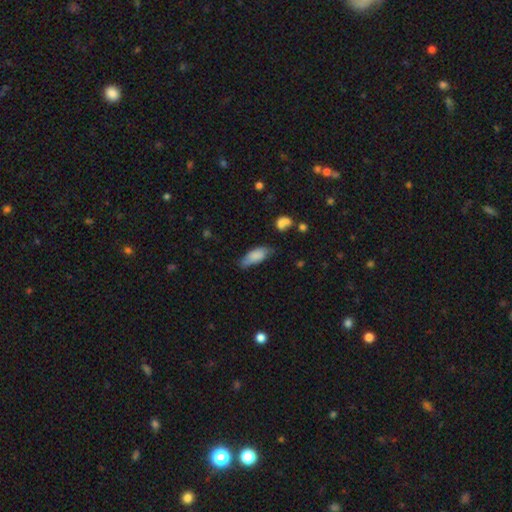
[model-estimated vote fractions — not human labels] Smooth or featured? Predicted: smooth (p=0.80). How rounded? Predicted: in between (p=0.74). Merging? Predicted: none (p=0.59).